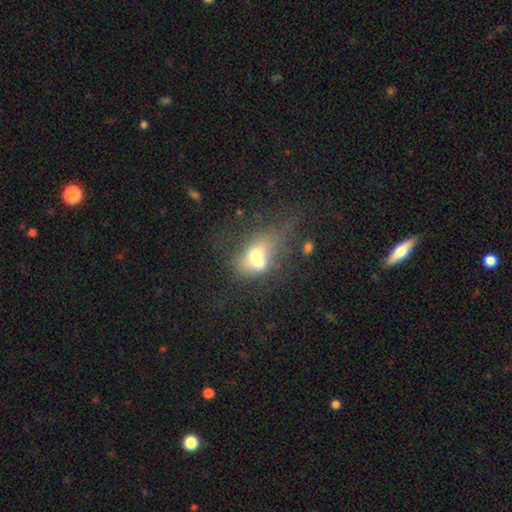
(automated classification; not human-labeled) This appears to be a smooth galaxy with no disk features (55%) that is in between round and cigar-shaped (61%). Merging: merger (51%).